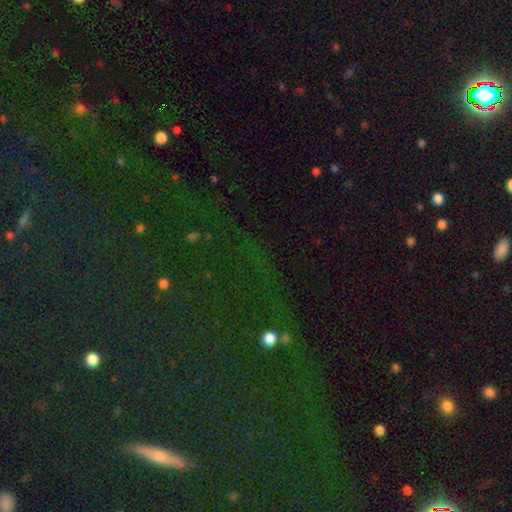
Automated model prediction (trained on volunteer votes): smooth_or_featured: star or artifact (p=0.74) [alt: smooth p=0.16]